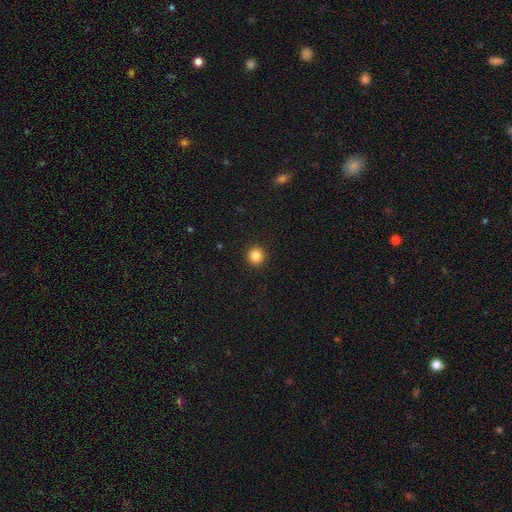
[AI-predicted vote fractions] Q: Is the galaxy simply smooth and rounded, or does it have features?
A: smooth — 85%.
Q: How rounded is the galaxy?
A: round — 94%.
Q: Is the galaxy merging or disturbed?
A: none — 93%.